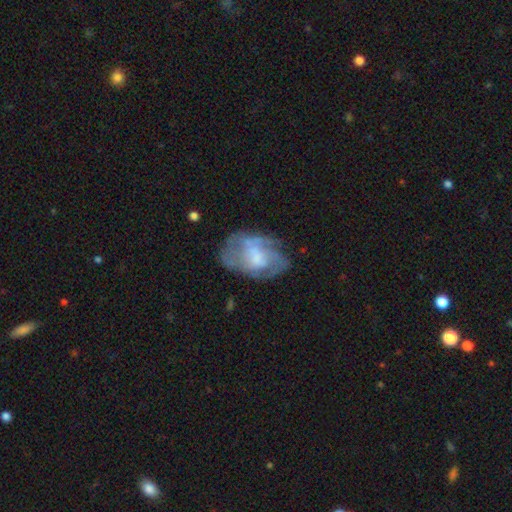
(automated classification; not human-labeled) The model was most divided on "bulge size": moderate: 36%, small: 25%, none: 22%, large: 15%, dominant: 2%. More confident: edge-on disk — no (97%); bar — no (65%); spiral arms — yes (61%); smooth or featured — featured or disk (61%); merging — none (53%).